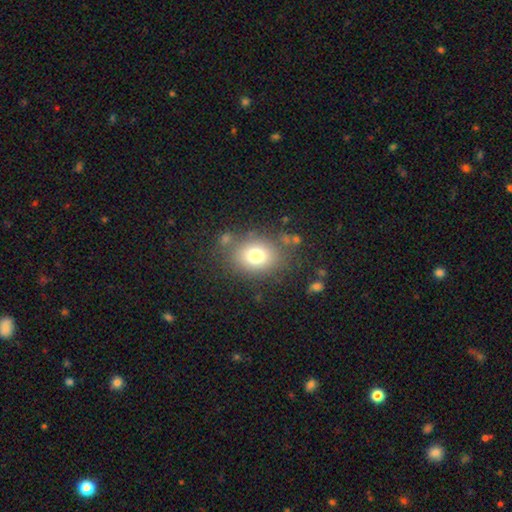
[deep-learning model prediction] Q: Smooth or featured?
A: smooth (76%); runner-up: featured or disk (12%)
Q: How rounded?
A: in between (53%); runner-up: round (46%)
Q: Merging?
A: none (76%); runner-up: minor disturbance (13%)